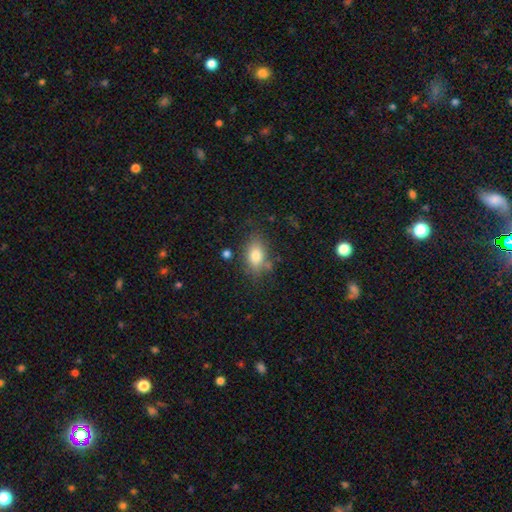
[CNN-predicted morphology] This appears to be a smooth galaxy with no disk features (80%) that is in between round and cigar-shaped (85%). Merging: none (70%).